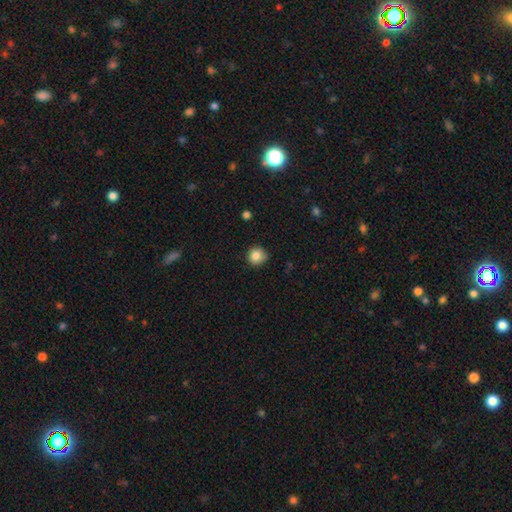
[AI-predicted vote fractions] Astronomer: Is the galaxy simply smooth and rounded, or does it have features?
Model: smooth — 84%.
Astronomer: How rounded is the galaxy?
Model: round — 92%.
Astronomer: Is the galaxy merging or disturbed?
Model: none — 83%.